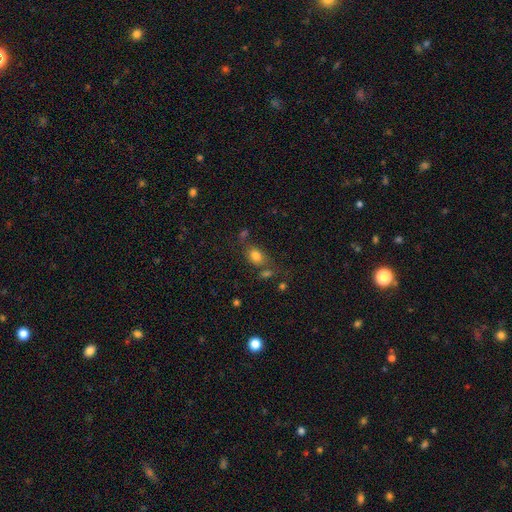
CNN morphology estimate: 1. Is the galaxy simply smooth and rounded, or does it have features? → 79% smooth, 12% star or artifact, 9% featured or disk.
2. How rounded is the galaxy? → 69% in between, 29% round, 2% cigar-shaped.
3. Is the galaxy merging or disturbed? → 58% none, 17% merger, 16% minor disturbance, 8% major disturbance.